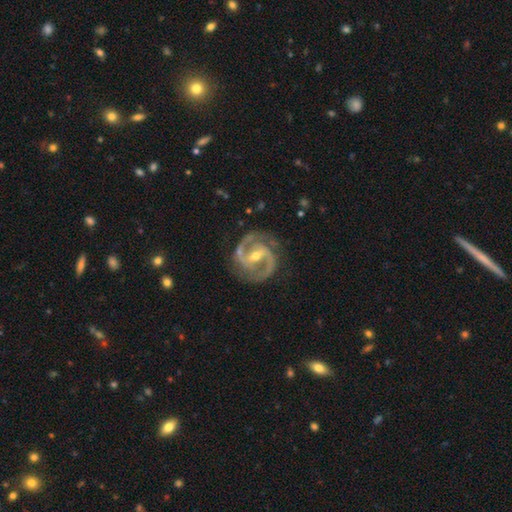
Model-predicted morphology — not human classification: The model was most divided on "bulge size": moderate: 51%, small: 46%, large: 1%, none: 1%, dominant: 1%. Remaining: spiral arms — yes (98%); edge-on disk — no (98%); smooth or featured — featured or disk (93%); spiral arm count — 2 (93%); merging — none (81%); spiral winding — medium (59%); bar — strong (45%).